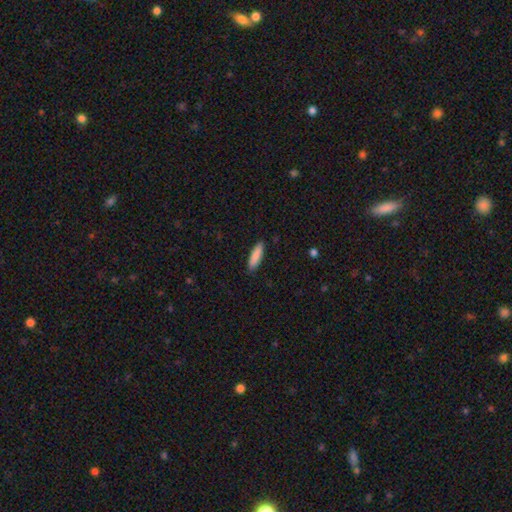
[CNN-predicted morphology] The model was most divided on "how rounded": cigar-shaped: 69%, in between: 30%, round: 1%. More confident: merging — none (89%); smooth or featured — smooth (87%).